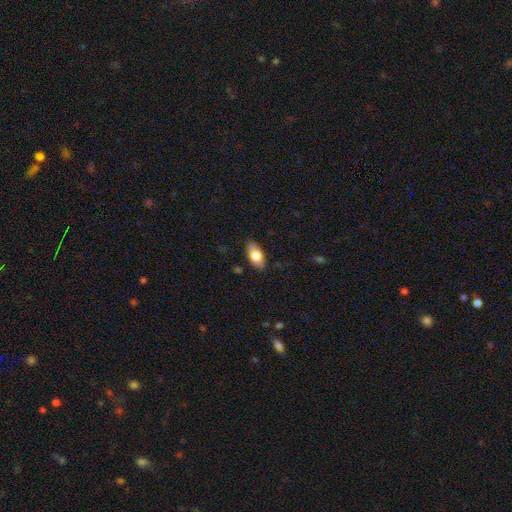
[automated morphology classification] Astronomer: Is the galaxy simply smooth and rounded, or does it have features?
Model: smooth — 76%.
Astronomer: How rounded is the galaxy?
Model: in between — 91%.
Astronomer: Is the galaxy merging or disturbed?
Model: none — 86%.